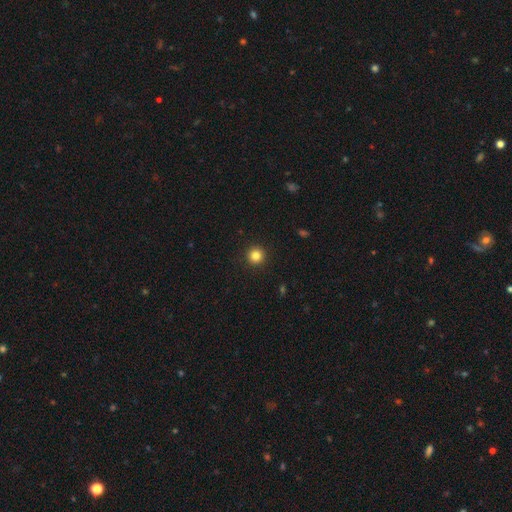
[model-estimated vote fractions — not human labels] Smooth or featured?
  - smooth: 83% *
  - star or artifact: 12%
  - featured or disk: 5%
How rounded?
  - round: 96% *
  - in between: 3%
  - cigar-shaped: 1%
Merging?
  - none: 93% *
  - minor disturbance: 4%
  - major disturbance: 2%
  - merger: 1%